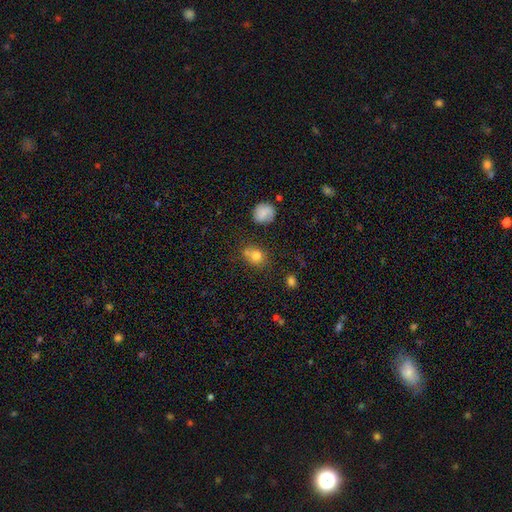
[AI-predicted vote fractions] Q: Smooth or featured?
A: smooth (78%); runner-up: star or artifact (12%)
Q: How rounded?
A: round (63%); runner-up: in between (36%)
Q: Merging?
A: none (59%); runner-up: merger (19%)